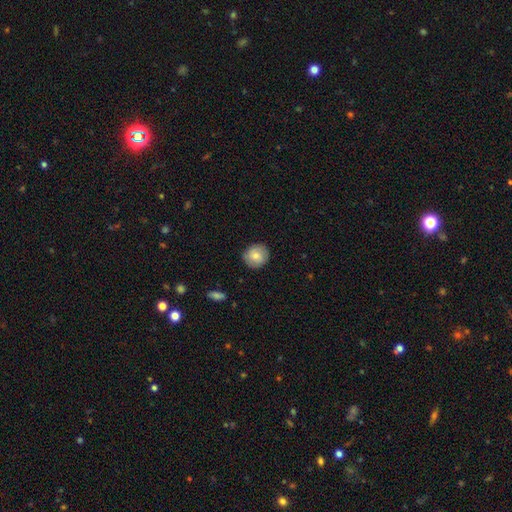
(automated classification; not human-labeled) smooth_or_featured: smooth (p=0.78) [alt: featured or disk p=0.15]
how_rounded: round (p=0.88) [alt: in between p=0.11]
merging: none (p=0.85) [alt: minor disturbance p=0.12]